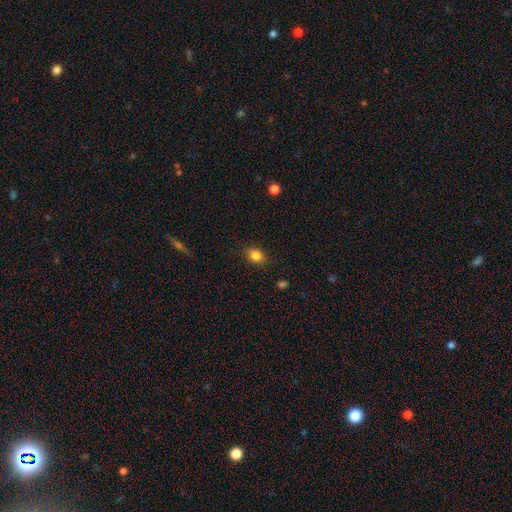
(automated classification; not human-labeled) The model was most divided on "how rounded": in between: 58%, round: 40%, cigar-shaped: 1%. More confident: merging — none (85%); smooth or featured — smooth (84%).